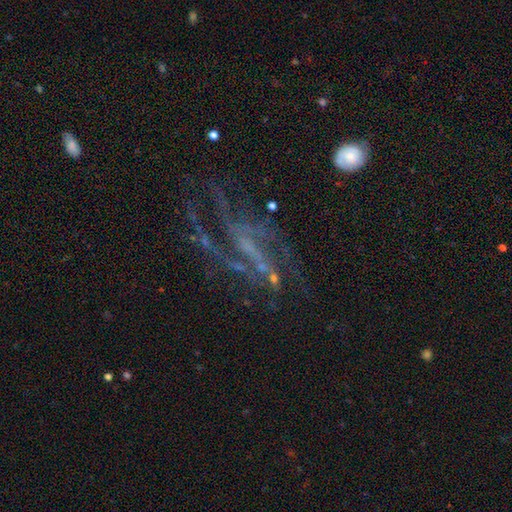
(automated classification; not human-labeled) Morphology: type=featured or disk (73%); edge-on=no (92%); bar=weak (35%, tied with no); spiral arms=yes (81%); winding=loose (43%); arm count=2 (32%); bulge=none (54%); merging=none (48%).